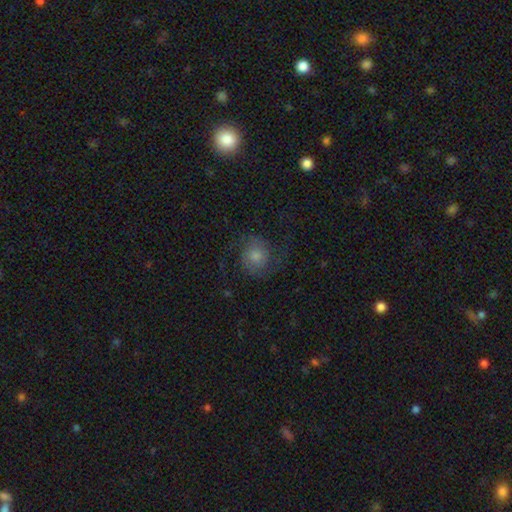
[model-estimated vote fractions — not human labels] Smooth or featured?
  - featured or disk: 63% *
  - smooth: 25%
  - star or artifact: 12%
Edge-on disk?
  - no: 98% *
  - yes: 2%
Bar?
  - no: 76% *
  - weak: 21%
  - strong: 3%
Spiral arms?
  - yes: 93% *
  - no: 7%
Spiral winding?
  - medium: 47% *
  - loose: 29%
  - tight: 24%
Spiral arm count?
  - 2: 86% *
  - can't tell: 6%
  - 1: 3%
  - 3: 3%
  - 4: 1%
  - more than 4: 1%
Bulge size?
  - moderate: 51% *
  - small: 31%
  - large: 11%
  - none: 5%
  - dominant: 3%
Merging?
  - none: 73% *
  - minor disturbance: 14%
  - major disturbance: 11%
  - merger: 1%